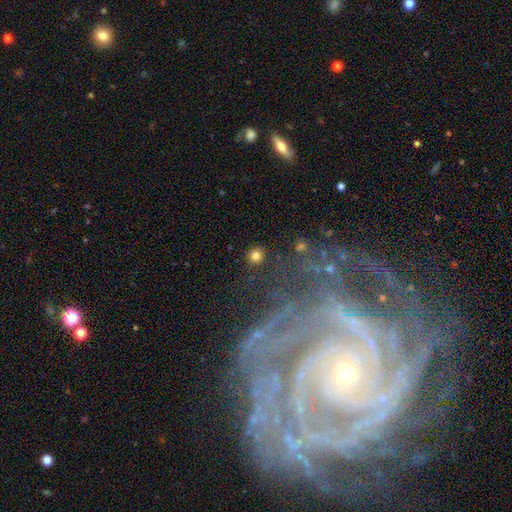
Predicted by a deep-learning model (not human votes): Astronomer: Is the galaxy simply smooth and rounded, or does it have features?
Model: smooth — 79%.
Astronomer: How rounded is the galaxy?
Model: round — 95%.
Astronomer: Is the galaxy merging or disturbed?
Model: none — 89%.